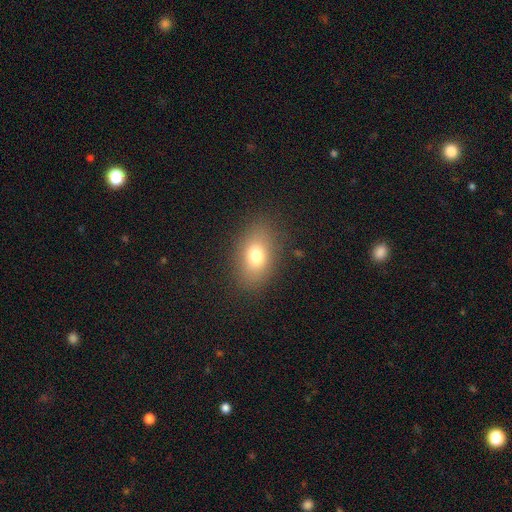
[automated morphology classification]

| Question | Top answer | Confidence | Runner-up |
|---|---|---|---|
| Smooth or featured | smooth | 75% | featured or disk (13%) |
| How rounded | in between | 81% | round (17%) |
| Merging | none | 84% | minor disturbance (10%) |